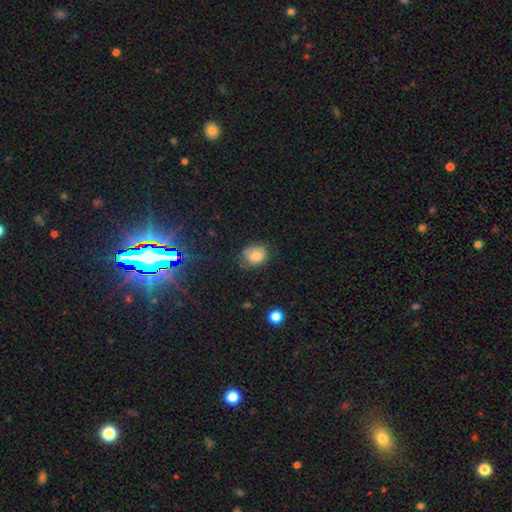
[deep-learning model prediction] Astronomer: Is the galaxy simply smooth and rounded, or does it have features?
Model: smooth — 79%.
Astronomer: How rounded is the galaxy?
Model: in between — 51% (runner-up: round, 48%).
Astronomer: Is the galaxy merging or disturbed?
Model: none — 63%.